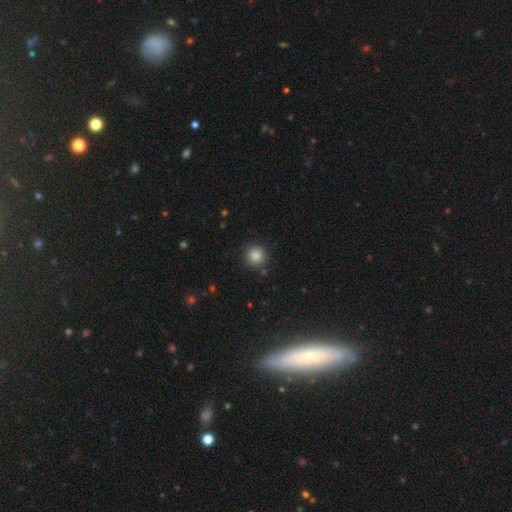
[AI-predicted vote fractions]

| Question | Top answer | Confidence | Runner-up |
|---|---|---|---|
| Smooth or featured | smooth | 85% | star or artifact (11%) |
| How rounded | round | 94% | in between (5%) |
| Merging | none | 88% | minor disturbance (7%) |